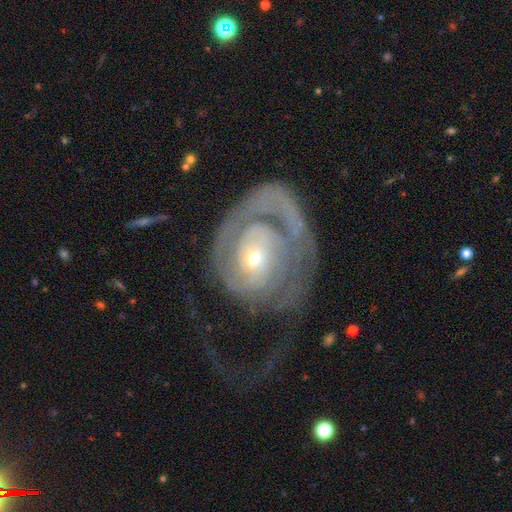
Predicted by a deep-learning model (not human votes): Smooth or featured?
  - featured or disk: 80% *
  - smooth: 14%
  - star or artifact: 6%
Edge-on disk?
  - no: 97% *
  - yes: 3%
Bar?
  - no: 77% *
  - weak: 17%
  - strong: 5%
Spiral arms?
  - yes: 79% *
  - no: 21%
Spiral winding?
  - tight: 59% *
  - medium: 25%
  - loose: 16%
Spiral arm count?
  - 1: 35% *
  - can't tell: 31%
  - 2: 22%
  - 3: 6%
  - 4: 3%
  - more than 4: 3%
Bulge size?
  - small: 68% *
  - moderate: 27%
  - large: 2%
  - dominant: 1%
  - none: 1%
Merging?
  - major disturbance: 54% *
  - none: 25%
  - minor disturbance: 14%
  - merger: 7%